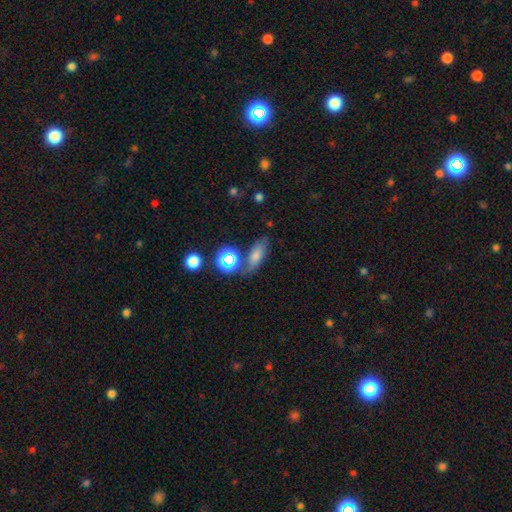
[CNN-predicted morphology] smooth 67%, star or artifact 17%, featured or disk 16%. Down the decision tree: how rounded — in between (67%); merging — none (64%).